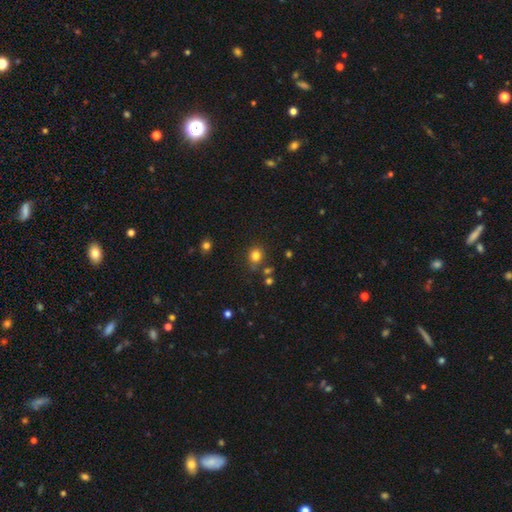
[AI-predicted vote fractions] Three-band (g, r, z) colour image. It shows a smooth galaxy with no disk features (80%) that is round (83%). Merging: none (78%).